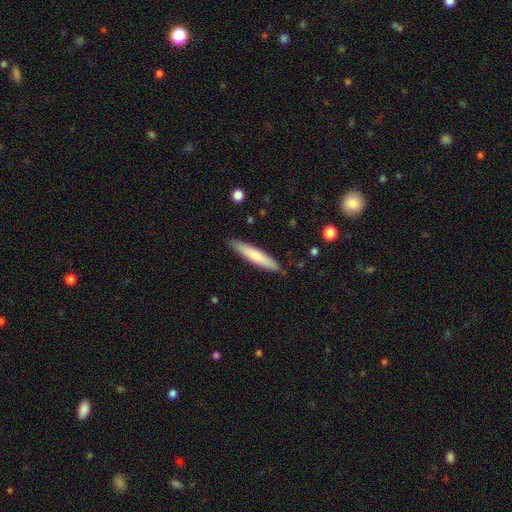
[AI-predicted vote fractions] A smooth galaxy with no disk features (75%) that is cigar-shaped (89%).

Vote fractions:
- Smooth or featured? smooth: 75% / featured or disk: 20% / star or artifact: 5%
- How rounded? cigar-shaped: 89% / in between: 10% / round: 1%
- Merging? none: 88% / minor disturbance: 9% / major disturbance: 2% / merger: 1%